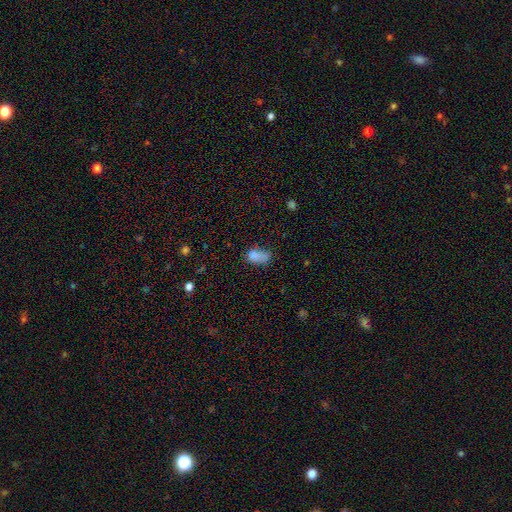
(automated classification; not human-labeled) Morphology: type=smooth (75%); roundness=in between (84%); merging=none (30%, tied with minor disturbance).